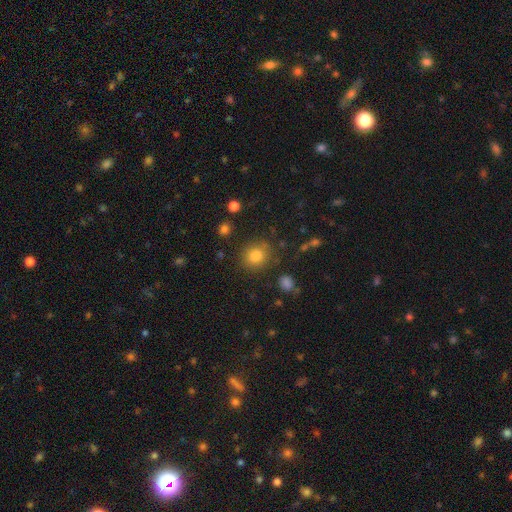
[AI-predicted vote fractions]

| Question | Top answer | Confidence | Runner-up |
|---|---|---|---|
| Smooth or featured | smooth | 81% | star or artifact (12%) |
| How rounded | round | 85% | in between (14%) |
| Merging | none | 84% | minor disturbance (10%) |